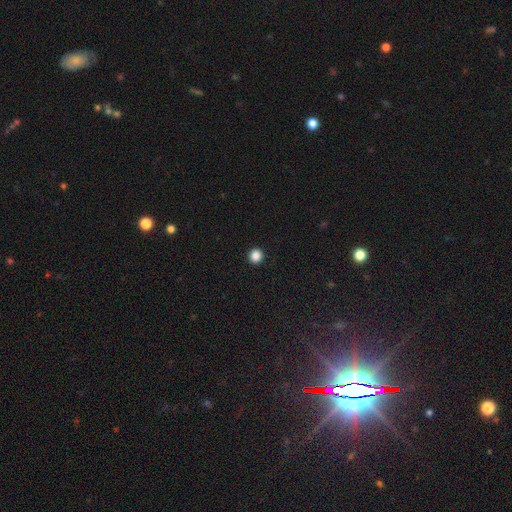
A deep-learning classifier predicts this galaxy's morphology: Overall: smooth (87%). How rounded: round (95%). Merging: none (94%).